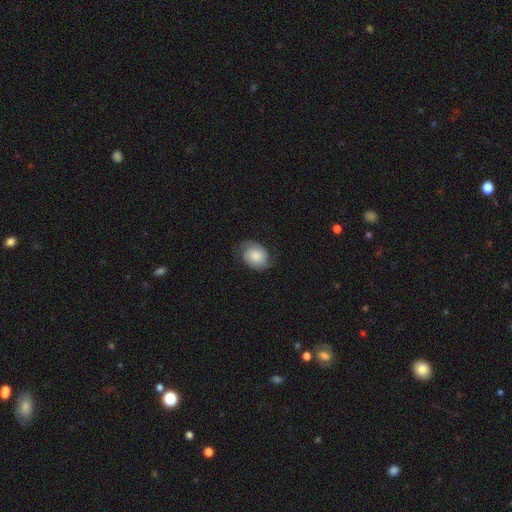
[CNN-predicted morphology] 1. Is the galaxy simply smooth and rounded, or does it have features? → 49% smooth, 42% featured or disk, 8% star or artifact.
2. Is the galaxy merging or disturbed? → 72% none, 20% minor disturbance, 7% major disturbance, 1% merger.